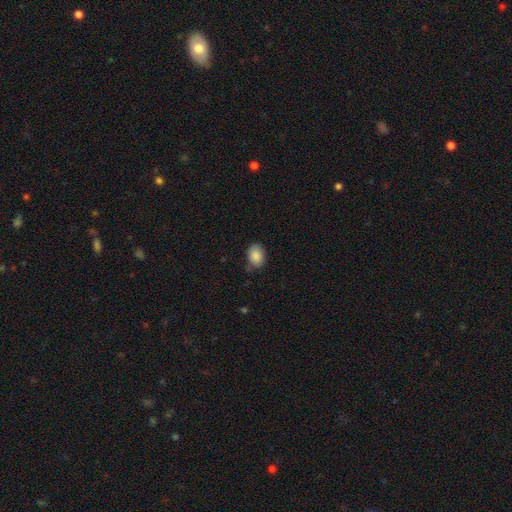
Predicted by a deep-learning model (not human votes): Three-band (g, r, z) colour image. It shows a smooth galaxy with no disk features (88%) that is in between round and cigar-shaped (70%). Merging: none (74%).